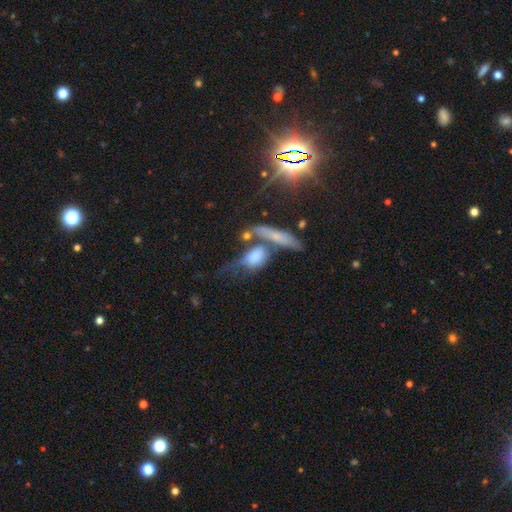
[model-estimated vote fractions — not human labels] Smooth or featured? smooth (54%)
How rounded? in between (49%)
Merging? none (37%)